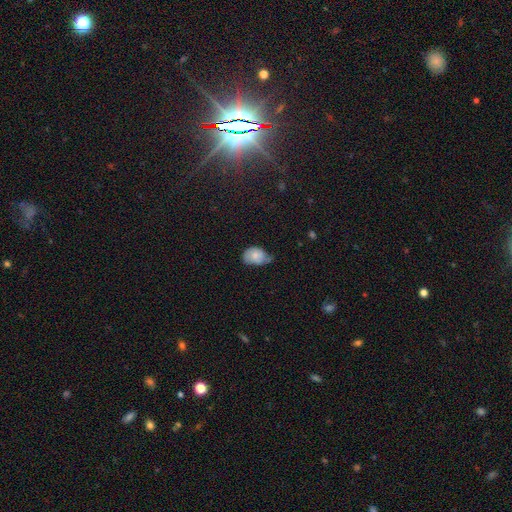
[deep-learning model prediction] smooth-or-featured: smooth: 73% | featured or disk: 19% | star or artifact: 8%
  how-rounded: in between: 75% | round: 24% | cigar-shaped: 1%
  merging: minor disturbance: 50% | none: 33% | major disturbance: 13% | merger: 4%